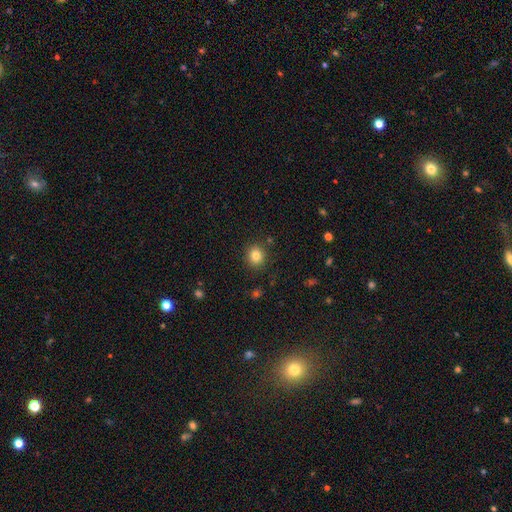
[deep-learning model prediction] This appears to be a smooth galaxy with no disk features (82%) that is round (84%). Merging: none (89%).